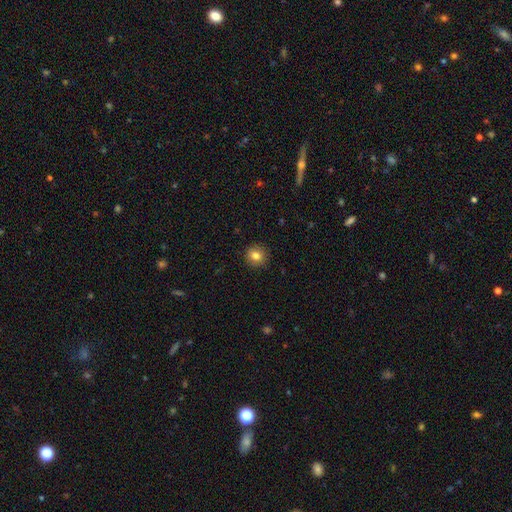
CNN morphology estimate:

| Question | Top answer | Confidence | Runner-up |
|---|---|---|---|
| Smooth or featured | smooth | 82% | star or artifact (10%) |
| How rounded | round | 90% | in between (9%) |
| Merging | none | 91% | minor disturbance (6%) |